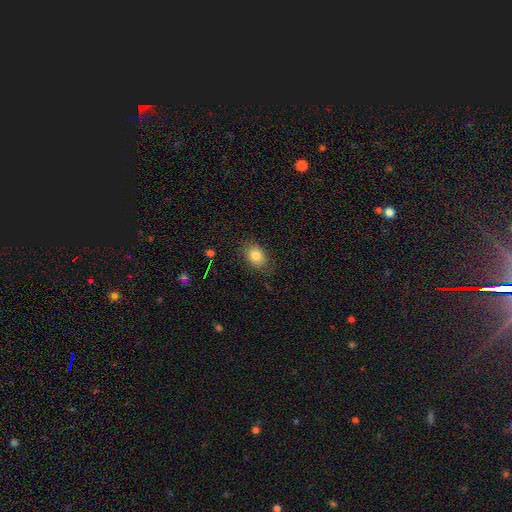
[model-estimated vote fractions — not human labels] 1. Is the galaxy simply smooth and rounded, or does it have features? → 82% smooth, 10% star or artifact, 8% featured or disk.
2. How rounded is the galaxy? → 71% in between, 27% round, 1% cigar-shaped.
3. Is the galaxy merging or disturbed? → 81% none, 14% minor disturbance, 4% major disturbance, 1% merger.